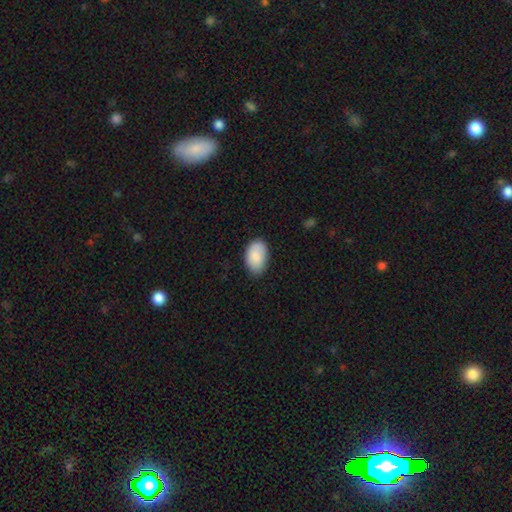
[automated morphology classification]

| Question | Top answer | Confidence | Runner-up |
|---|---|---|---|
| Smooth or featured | smooth | 88% | star or artifact (6%) |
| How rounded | in between | 92% | round (7%) |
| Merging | none | 79% | minor disturbance (17%) |